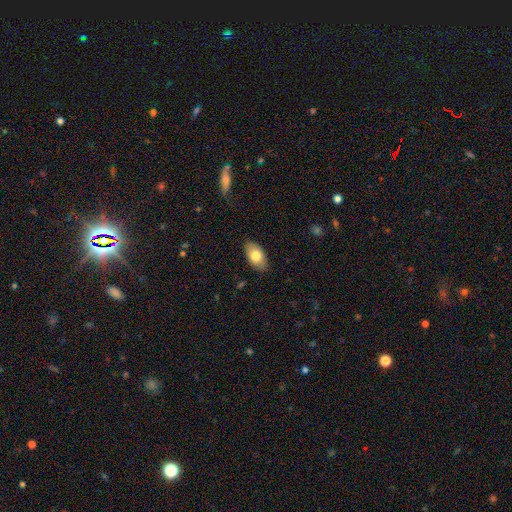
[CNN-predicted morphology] A smooth galaxy with no disk features (78%) that is in between round and cigar-shaped (93%). Merging: none (84%).